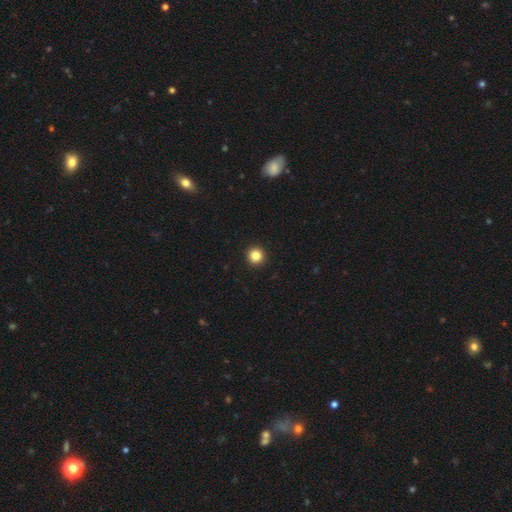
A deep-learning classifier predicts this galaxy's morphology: Overall: smooth (84%). How rounded: round (96%). Merging: none (94%).